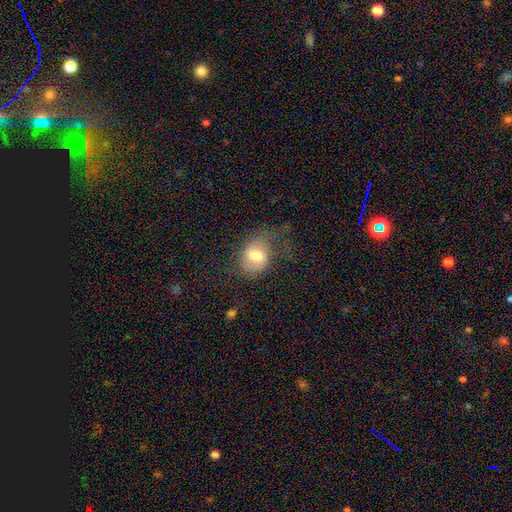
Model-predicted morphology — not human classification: smooth-or-featured: smooth: 65% | featured or disk: 27% | star or artifact: 8%
  how-rounded: round: 50% | in between: 49% | cigar-shaped: 1%
  merging: none: 38% | major disturbance: 35% | minor disturbance: 25% | merger: 2%